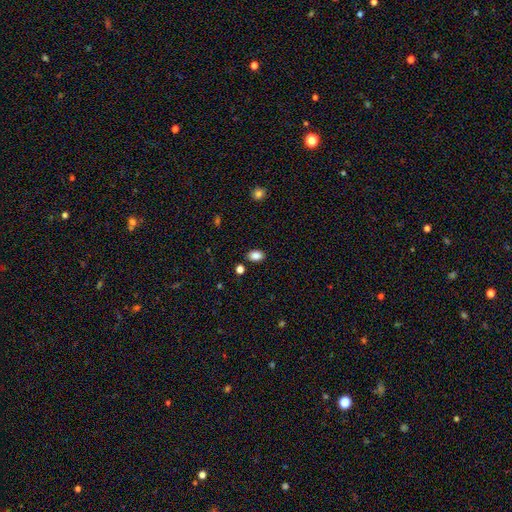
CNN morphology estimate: type=smooth (86%); roundness=in between (83%); merging=none (87%).